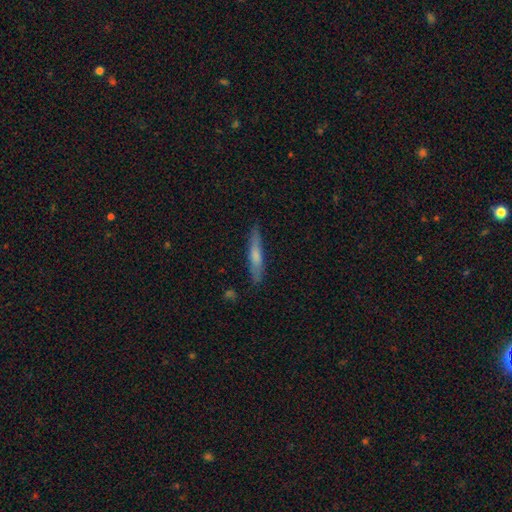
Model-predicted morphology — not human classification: type=smooth (57%); roundness=cigar-shaped (92%); merging=none (85%).